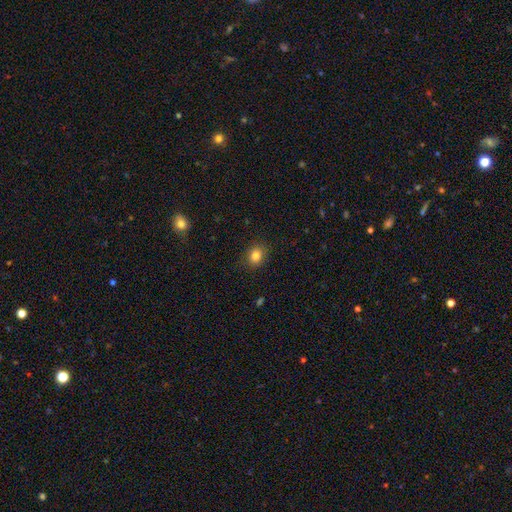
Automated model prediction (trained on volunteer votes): This appears to be a smooth galaxy with no disk features (83%) that is round (64%). Merging: none (89%).